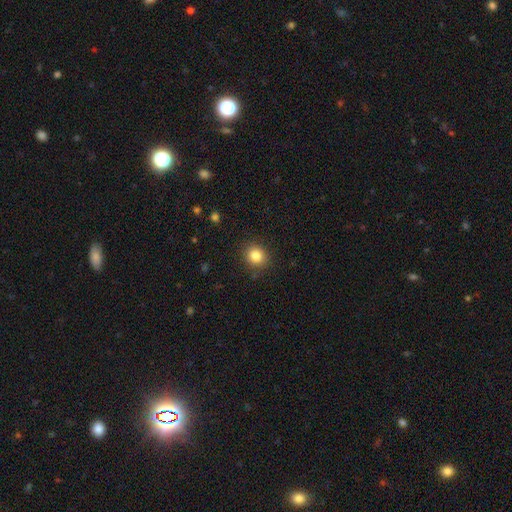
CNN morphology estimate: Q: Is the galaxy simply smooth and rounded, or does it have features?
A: smooth — 84%.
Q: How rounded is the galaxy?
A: round — 80%.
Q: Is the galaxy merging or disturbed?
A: none — 87%.